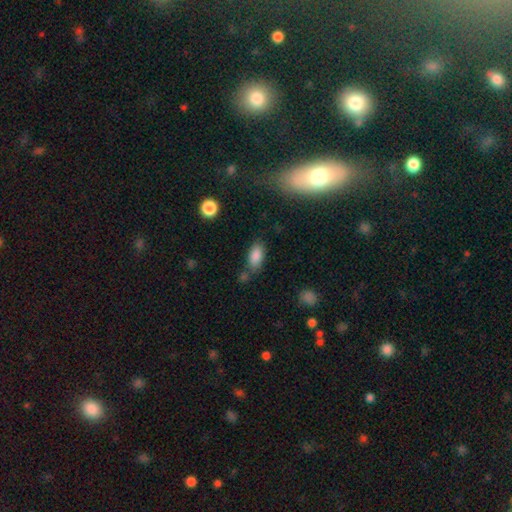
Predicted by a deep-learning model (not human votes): smooth_or_featured: smooth (p=0.85) [alt: star or artifact p=0.08]
how_rounded: in between (p=0.89) [alt: cigar-shaped p=0.08]
merging: none (p=0.65) [alt: minor disturbance p=0.19]